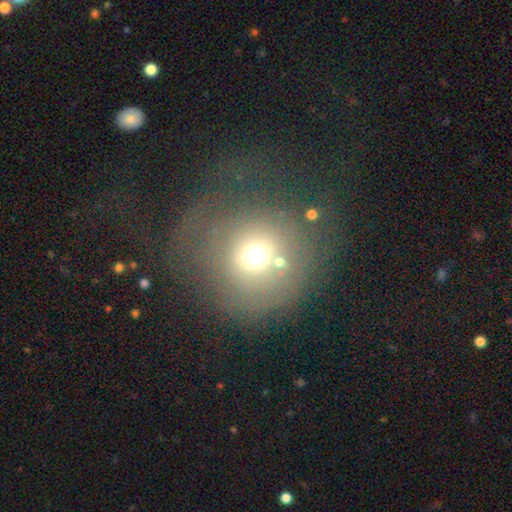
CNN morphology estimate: Smooth or featured? smooth (61%)
How rounded? round (89%)
Merging? none (51%)